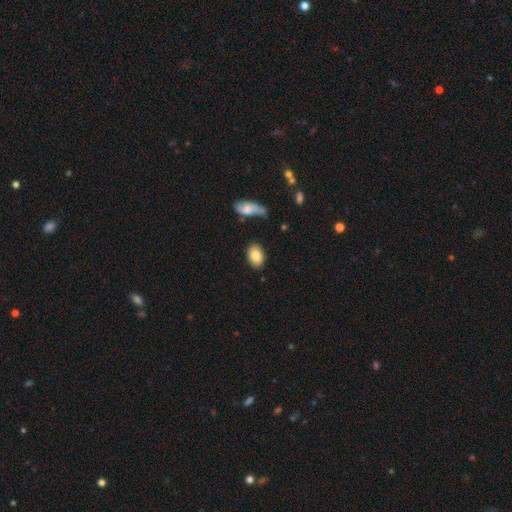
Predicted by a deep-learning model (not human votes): smooth-or-featured: smooth: 85% | featured or disk: 8% | star or artifact: 7%
  how-rounded: in between: 86% | round: 12% | cigar-shaped: 1%
  merging: none: 81% | minor disturbance: 12% | merger: 4% | major disturbance: 3%